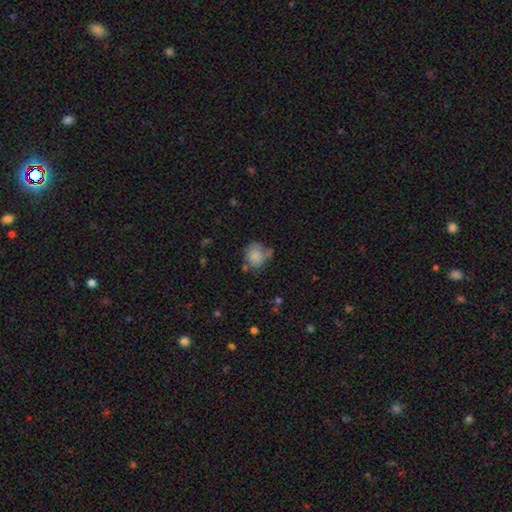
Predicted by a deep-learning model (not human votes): A smooth galaxy with no disk features (80%) that is round (74%).

Vote fractions:
- Smooth or featured? smooth: 80% / featured or disk: 11% / star or artifact: 9%
- How rounded? round: 74% / in between: 25% / cigar-shaped: 1%
- Merging? none: 54% / minor disturbance: 24% / merger: 14% / major disturbance: 8%